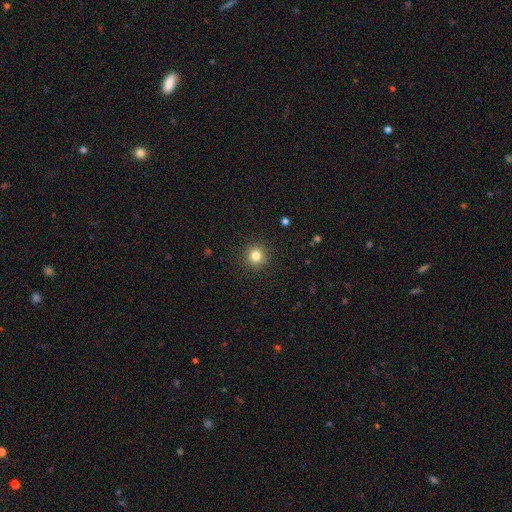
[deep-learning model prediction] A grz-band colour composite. It shows a smooth galaxy with no disk features (82%) that is round (93%). Merging: none (91%).